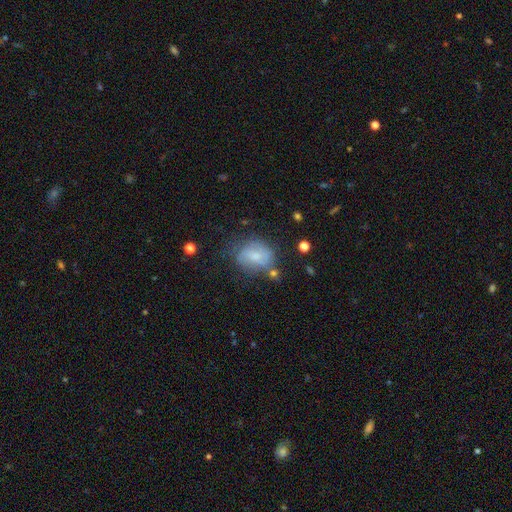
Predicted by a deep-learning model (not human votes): Overall: smooth (58%; featured or disk 32%). How rounded: in between (57%; round 41%). Merging: none (50%; minor disturbance 29%).